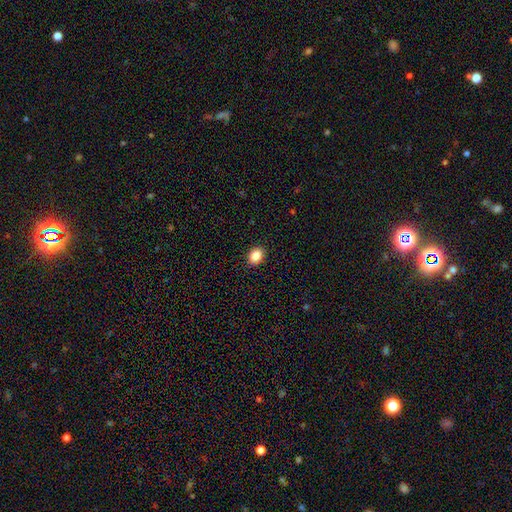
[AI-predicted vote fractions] Smooth or featured?
  - smooth: 87% *
  - star or artifact: 9%
  - featured or disk: 4%
How rounded?
  - in between: 61% *
  - round: 38%
  - cigar-shaped: 1%
Merging?
  - none: 91% *
  - minor disturbance: 6%
  - major disturbance: 2%
  - merger: 1%